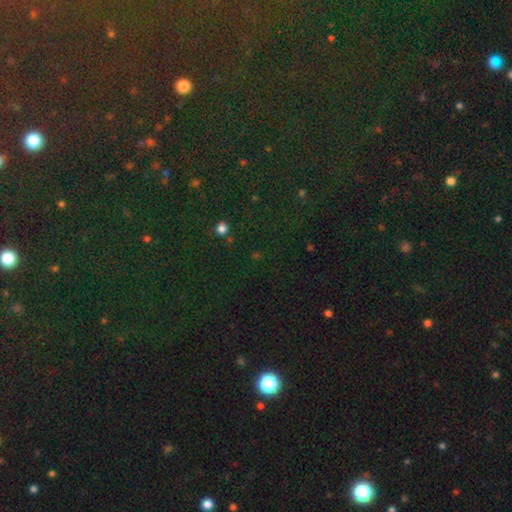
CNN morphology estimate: Smooth or featured: star or artifact — 81% (smooth — 12%)